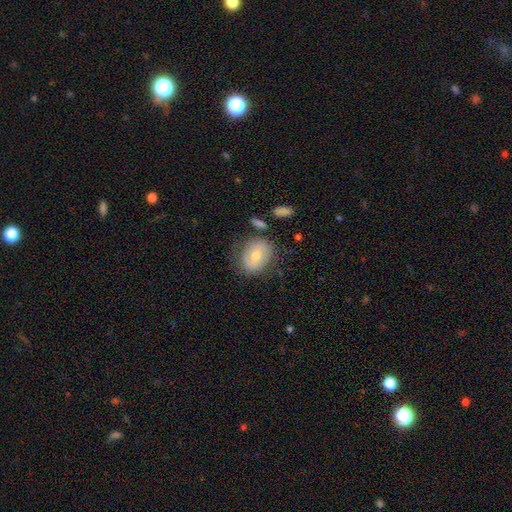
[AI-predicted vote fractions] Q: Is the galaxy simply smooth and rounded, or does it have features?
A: smooth — 60%.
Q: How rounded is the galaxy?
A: round — 55%.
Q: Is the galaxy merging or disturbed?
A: none — 68%.